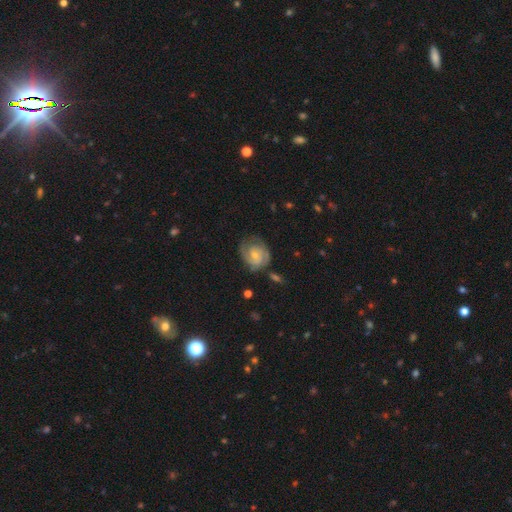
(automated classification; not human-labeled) featured or disk 75%, smooth 19%, star or artifact 6%. Down the decision tree: edge-on disk — no (98%); bar — no (59%); spiral arms — yes (92%); spiral arm count — 2 (56%); spiral winding — tight (58%); bulge size — small (56%); merging — none (65%).